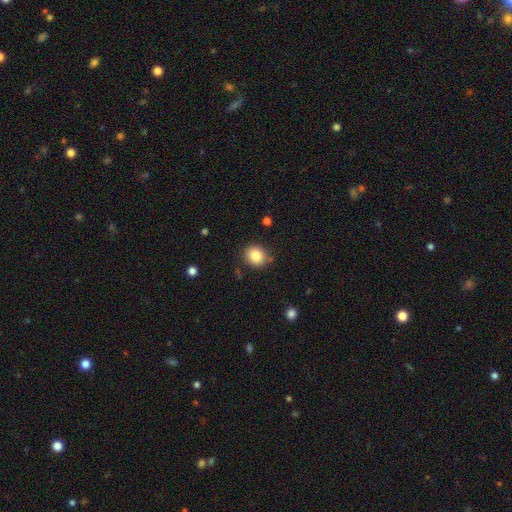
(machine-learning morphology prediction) type=smooth (83%); roundness=round (72%); merging=none (85%).